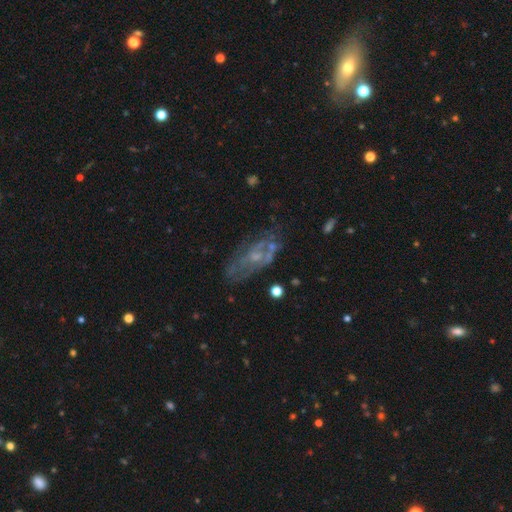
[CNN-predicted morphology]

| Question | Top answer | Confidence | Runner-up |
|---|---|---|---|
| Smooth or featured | featured or disk | 64% | smooth (24%) |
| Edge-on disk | no | 89% | yes (11%) |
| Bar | no | 76% | weak (20%) |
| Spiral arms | no | 59% | yes (41%) |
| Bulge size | small | 50% | moderate (27%) |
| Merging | none | 54% | minor disturbance (22%) |